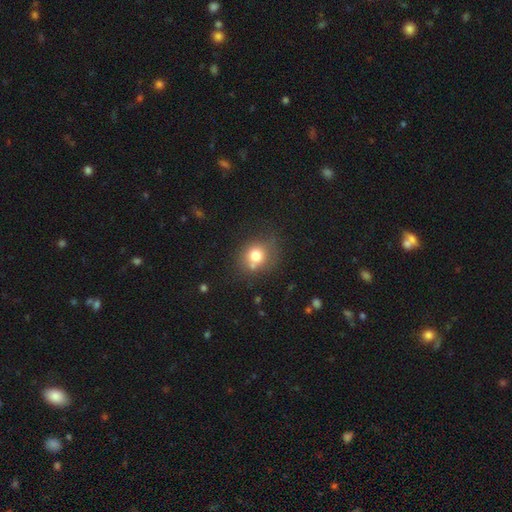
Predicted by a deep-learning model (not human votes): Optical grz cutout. It shows a smooth galaxy with no disk features (76%) that is round (76%). Merging: none (60%).